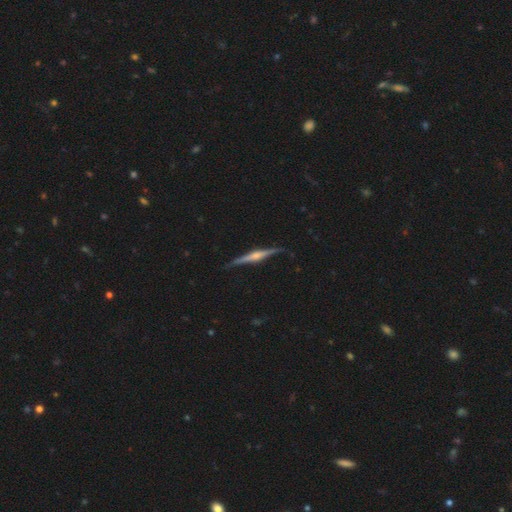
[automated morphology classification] smooth_or_featured: featured or disk (p=0.79) [alt: smooth p=0.15]
disk_edge_on: yes (p=0.98) [alt: no p=0.02]
edge_on_bulge: rounded (p=0.80) [alt: boxy p=0.14]
merging: none (p=0.87) [alt: minor disturbance p=0.10]